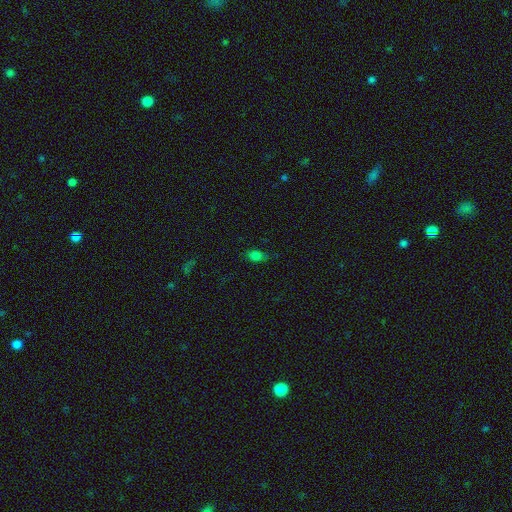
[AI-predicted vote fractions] Smooth or featured: smooth — 76% (star or artifact — 19%)
How rounded: in between — 82% (round — 15%)
Merging: none — 72% (minor disturbance — 21%)